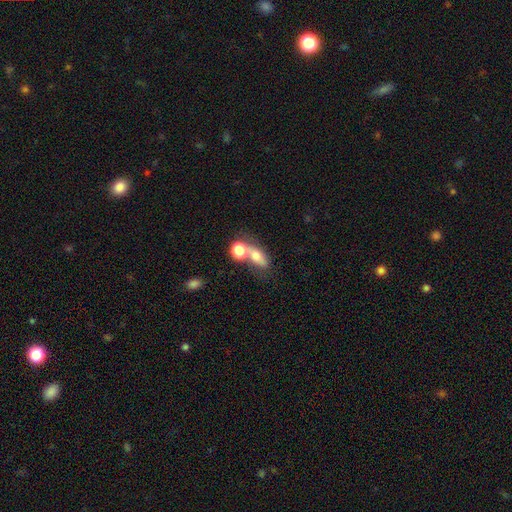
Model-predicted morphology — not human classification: Q: Smooth or featured?
A: smooth (68%); runner-up: featured or disk (21%)
Q: How rounded?
A: in between (65%); runner-up: round (26%)
Q: Merging?
A: merger (51%); runner-up: none (30%)